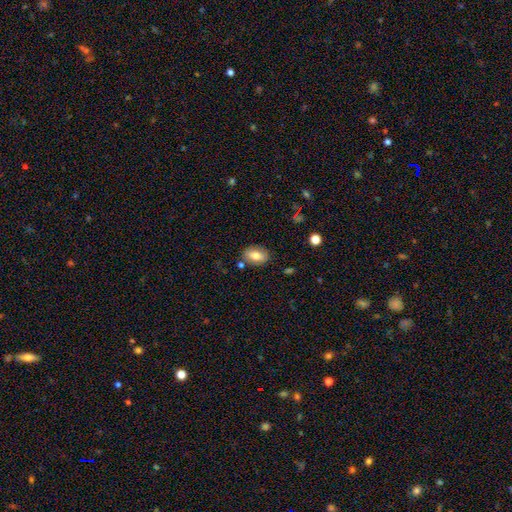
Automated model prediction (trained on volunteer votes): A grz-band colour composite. It shows a smooth galaxy with no disk features (73%) that is in between round and cigar-shaped (87%). Merging: none (81%).